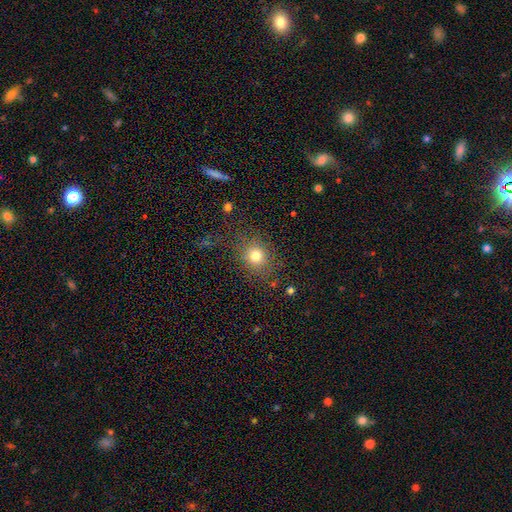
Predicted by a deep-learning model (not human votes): Smooth or featured? smooth (77%)
How rounded? round (77%)
Merging? none (79%)